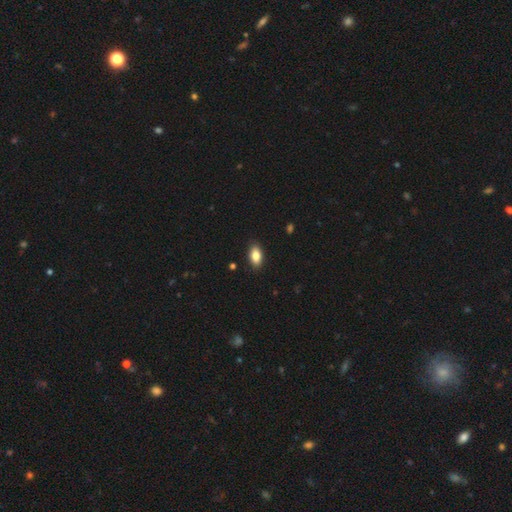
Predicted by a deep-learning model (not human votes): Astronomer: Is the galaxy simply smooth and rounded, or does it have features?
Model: smooth — 83%.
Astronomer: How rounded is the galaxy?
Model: in between — 90%.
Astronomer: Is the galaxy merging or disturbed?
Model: none — 88%.